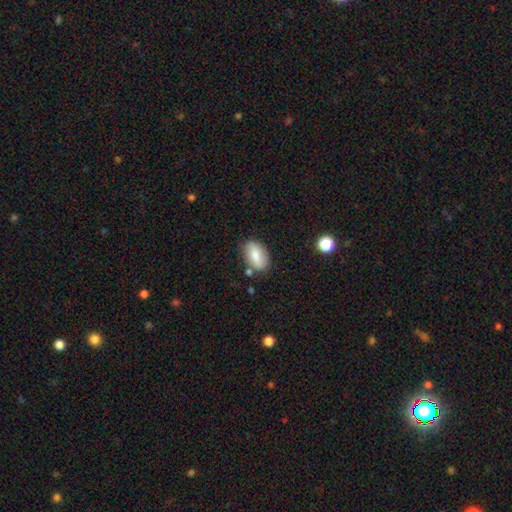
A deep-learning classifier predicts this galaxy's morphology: Smooth or featured: smooth — 73% (featured or disk — 20%)
How rounded: in between — 90% (round — 7%)
Merging: none — 74% (minor disturbance — 17%)